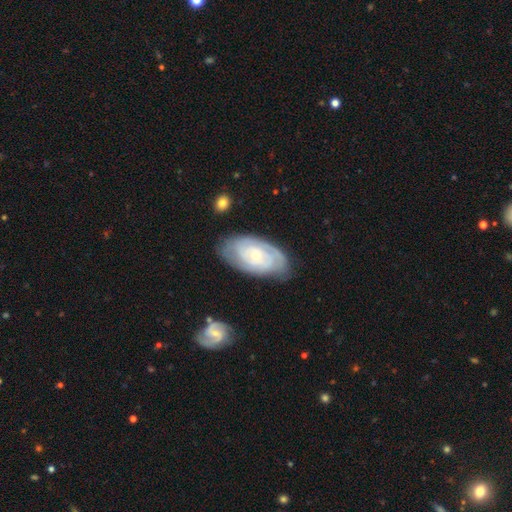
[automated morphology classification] Smooth or featured? Predicted: featured or disk (p=0.78). Edge-on disk? Predicted: no (p=0.94). Bar? Predicted: no (p=0.74). Spiral arms? Predicted: yes (p=0.87). Spiral winding? Predicted: tight (p=0.77). Spiral arm count? Predicted: can't tell (p=0.45). Bulge size? Predicted: small (p=0.52). Merging? Predicted: none (p=0.77).